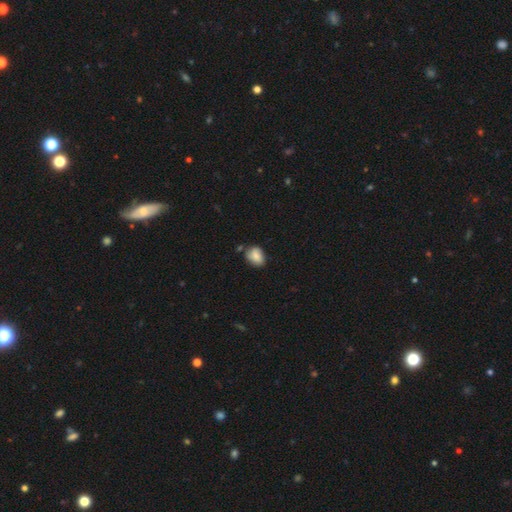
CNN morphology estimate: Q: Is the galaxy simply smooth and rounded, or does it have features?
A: smooth — 78%.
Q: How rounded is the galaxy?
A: in between — 65%.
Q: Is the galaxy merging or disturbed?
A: none — 60%.